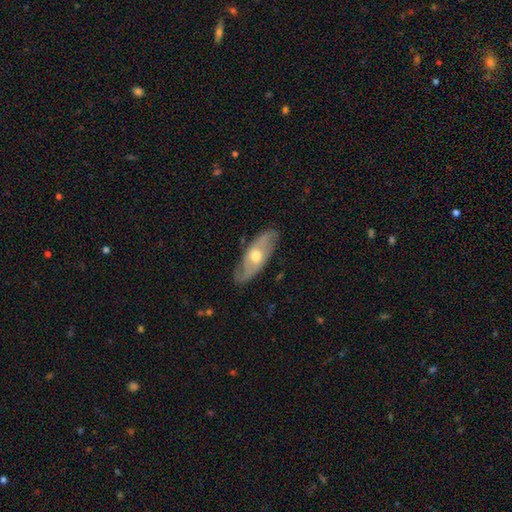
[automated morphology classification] A featured or disk galaxy (67%) with no bar (72%), spiral arms (72%) and a moderate central bulge (75%). Merging: none (81%).